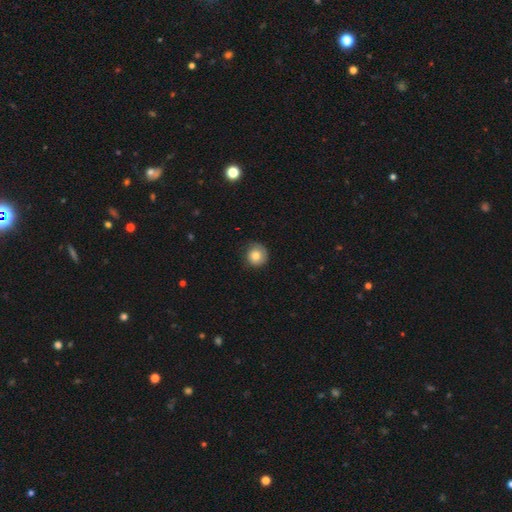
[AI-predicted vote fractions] The model was most divided on "merging": none: 71%, minor disturbance: 21%, major disturbance: 7%, merger: 1%. More confident: how rounded — round (91%); smooth or featured — smooth (75%).